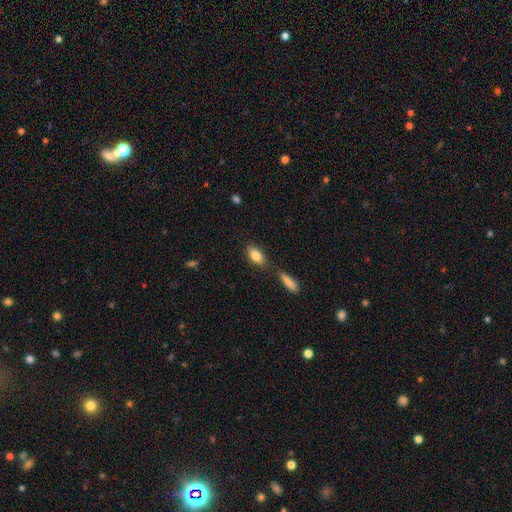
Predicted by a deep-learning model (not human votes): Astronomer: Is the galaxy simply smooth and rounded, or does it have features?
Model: smooth — 83%.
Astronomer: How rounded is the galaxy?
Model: in between — 86%.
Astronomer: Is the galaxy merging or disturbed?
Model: none — 68%.